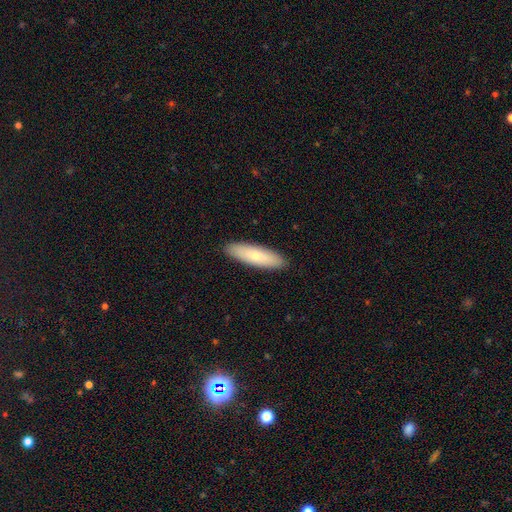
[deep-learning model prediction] Morphology: type=smooth (75%); roundness=cigar-shaped (67%); merging=none (91%).